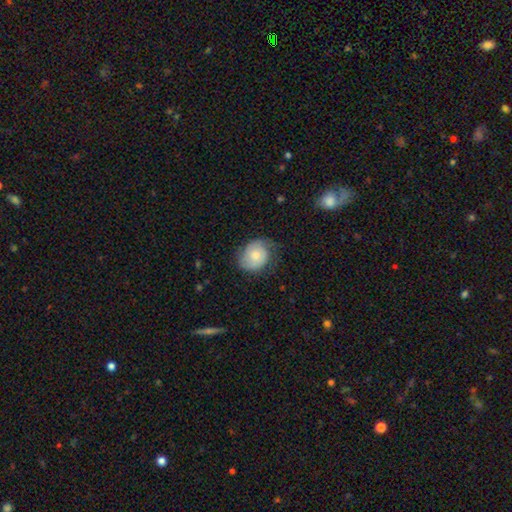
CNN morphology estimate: A smooth galaxy with no disk features (53%) that is round (62%). Merging: none (55%).